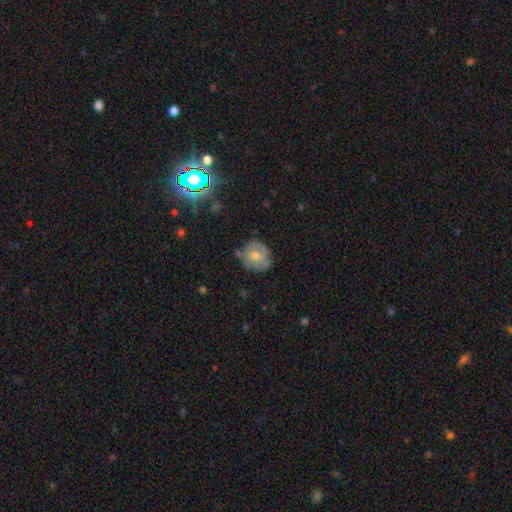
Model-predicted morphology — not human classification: smooth_or_featured: smooth (p=0.56) [alt: featured or disk p=0.36]
how_rounded: round (p=0.80) [alt: in between p=0.19]
merging: none (p=0.62) [alt: minor disturbance p=0.27]